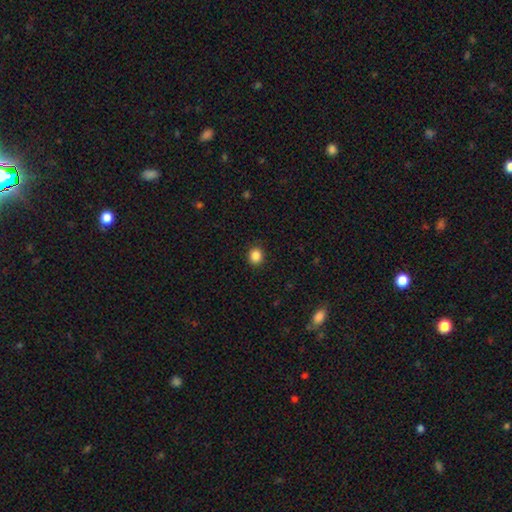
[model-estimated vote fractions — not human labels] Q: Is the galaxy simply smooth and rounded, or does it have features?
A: smooth — 86%.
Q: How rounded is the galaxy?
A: round — 80%.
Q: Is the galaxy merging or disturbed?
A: none — 91%.